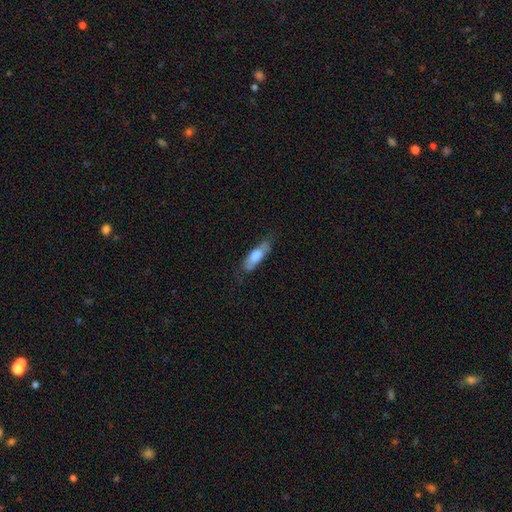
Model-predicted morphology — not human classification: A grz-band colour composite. It shows a smooth galaxy with no disk features (66%) that is in between round and cigar-shaped (52%). Merging: none (64%).